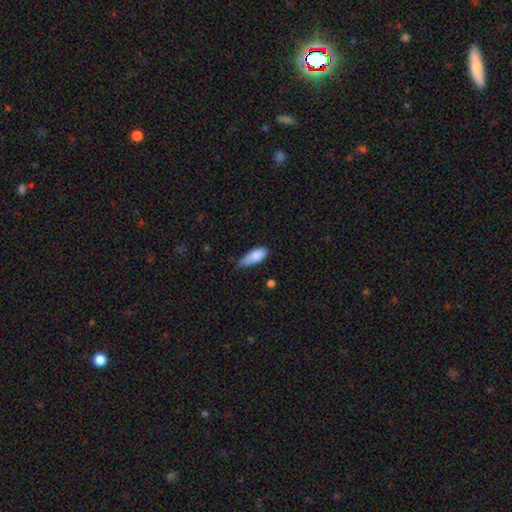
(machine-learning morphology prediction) smooth-or-featured: smooth: 84% | featured or disk: 9% | star or artifact: 7%
  how-rounded: in between: 77% | cigar-shaped: 21% | round: 2%
  merging: minor disturbance: 47% | none: 42% | major disturbance: 9% | merger: 3%